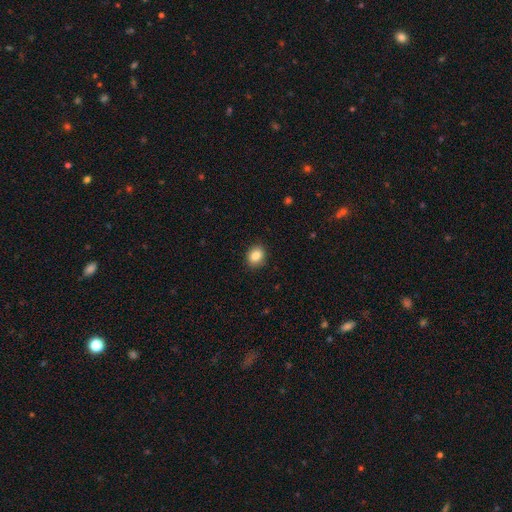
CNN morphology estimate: smooth-or-featured: smooth: 85% | star or artifact: 9% | featured or disk: 6%
  how-rounded: round: 55% | in between: 44% | cigar-shaped: 1%
  merging: none: 90% | minor disturbance: 7% | major disturbance: 2% | merger: 1%